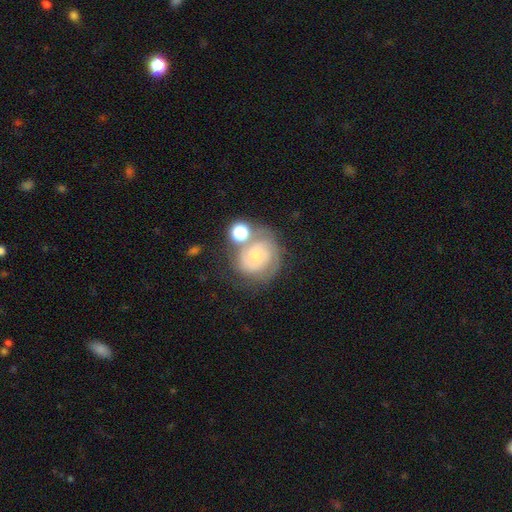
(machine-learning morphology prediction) Q: Smooth or featured?
A: featured or disk (70%); runner-up: smooth (21%)
Q: Edge-on disk?
A: no (98%); runner-up: yes (2%)
Q: Bar?
A: no (70%); runner-up: weak (25%)
Q: Spiral arms?
A: yes (91%); runner-up: no (9%)
Q: Spiral winding?
A: tight (60%); runner-up: medium (32%)
Q: Spiral arm count?
A: 2 (51%); runner-up: can't tell (24%)
Q: Bulge size?
A: small (68%); runner-up: moderate (24%)
Q: Merging?
A: none (55%); runner-up: merger (19%)